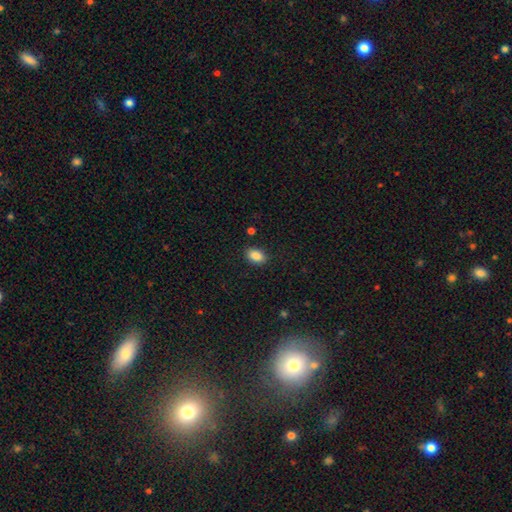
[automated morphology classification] A smooth galaxy with no disk features (88%) that is in between round and cigar-shaped (87%).

Vote fractions:
- Smooth or featured? smooth: 88% / star or artifact: 8% / featured or disk: 4%
- How rounded? in between: 87% / round: 12% / cigar-shaped: 2%
- Merging? none: 87% / minor disturbance: 9% / major disturbance: 3% / merger: 2%